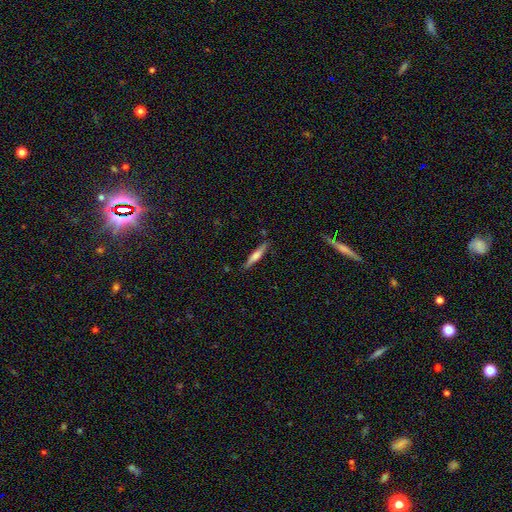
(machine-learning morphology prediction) Smooth or featured? Predicted: smooth (p=0.57). How rounded? Predicted: cigar-shaped (p=0.91). Merging? Predicted: none (p=0.85).